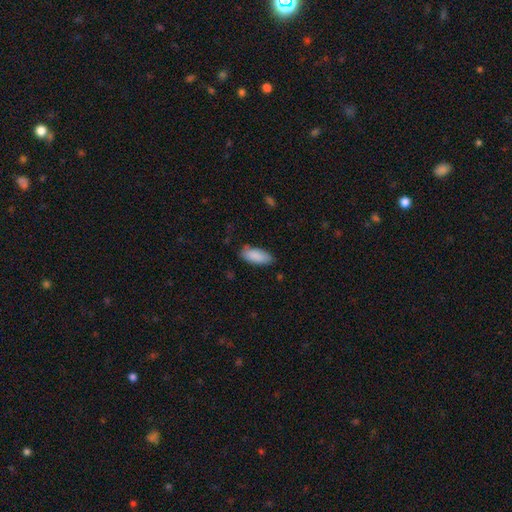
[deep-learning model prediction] A smooth galaxy with no disk features (89%) that is in between round and cigar-shaped (85%). Merging: none (74%).